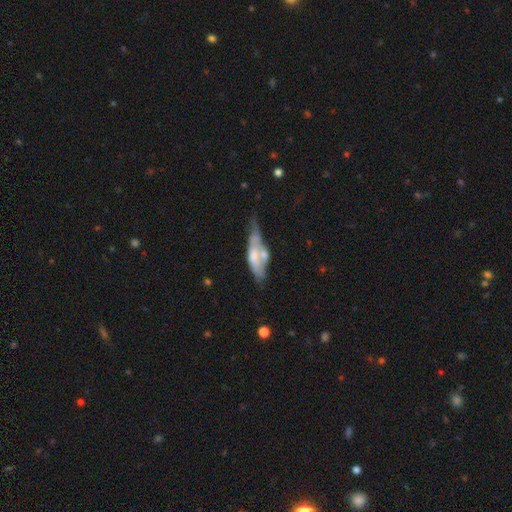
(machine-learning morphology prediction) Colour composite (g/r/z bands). It shows a smooth galaxy with no disk features (48%). Merging: merger (27%, tied with minor disturbance).